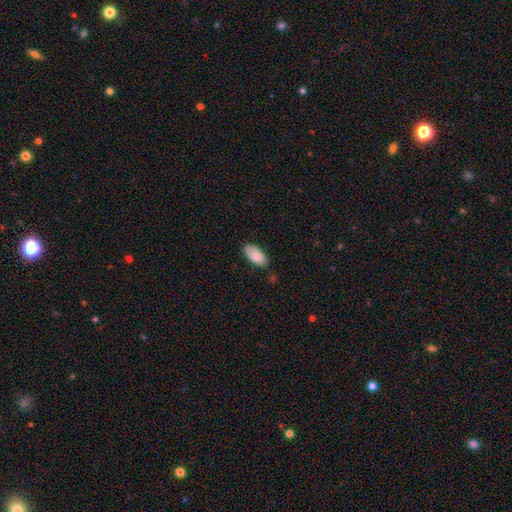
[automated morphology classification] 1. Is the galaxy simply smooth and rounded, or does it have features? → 89% smooth, 6% star or artifact, 5% featured or disk.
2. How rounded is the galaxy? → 92% in between, 6% cigar-shaped, 2% round.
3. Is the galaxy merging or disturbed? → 81% none, 15% minor disturbance, 2% major disturbance, 2% merger.